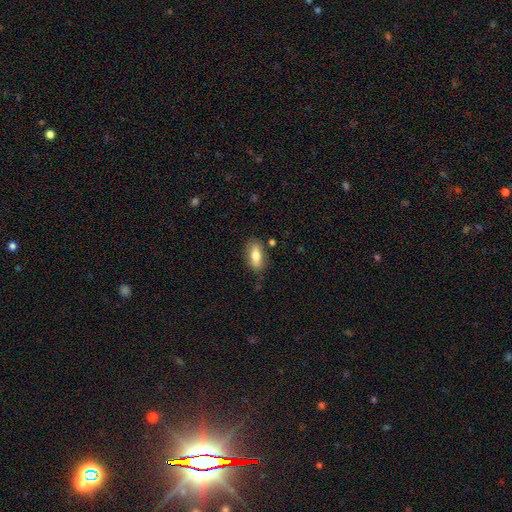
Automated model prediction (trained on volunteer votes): This is likely a smooth galaxy (76%). How rounded: clearly in between (81%). Merging: likely none (78%).